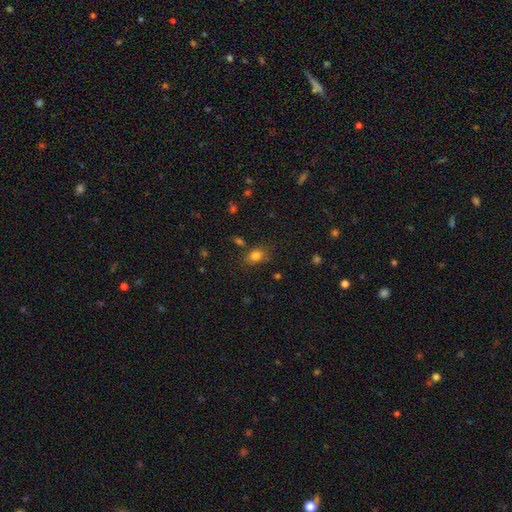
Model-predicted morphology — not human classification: Smooth or featured? Predicted: smooth (p=0.80). How rounded? Predicted: in between (p=0.66). Merging? Predicted: none (p=0.72).